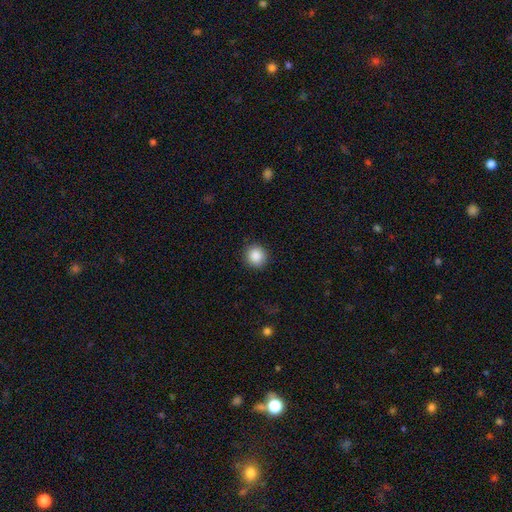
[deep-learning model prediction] Smooth or featured? smooth (88%)
How rounded? round (92%)
Merging? none (91%)